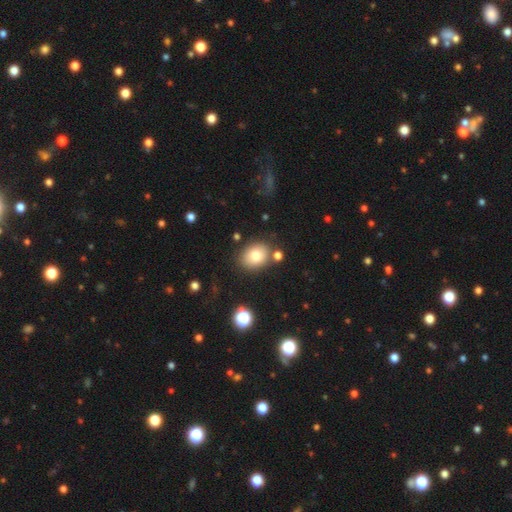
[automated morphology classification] Smooth or featured: smooth — 79% (featured or disk — 11%)
How rounded: in between — 60% (round — 39%)
Merging: none — 77% (minor disturbance — 13%)